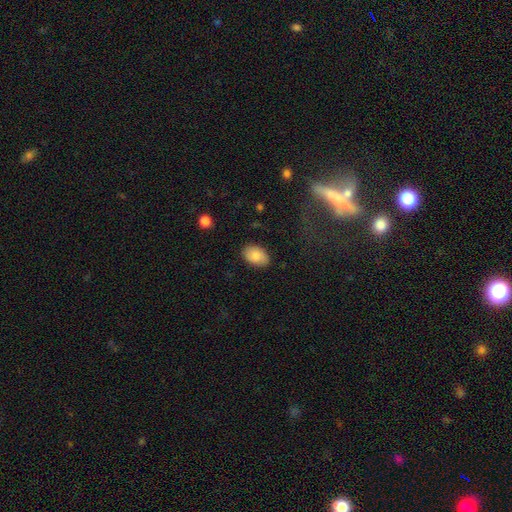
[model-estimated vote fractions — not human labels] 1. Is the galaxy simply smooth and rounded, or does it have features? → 82% smooth, 11% featured or disk, 7% star or artifact.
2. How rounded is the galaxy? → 90% in between, 9% round, 1% cigar-shaped.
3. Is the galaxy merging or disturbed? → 86% none, 11% minor disturbance, 2% major disturbance, 1% merger.